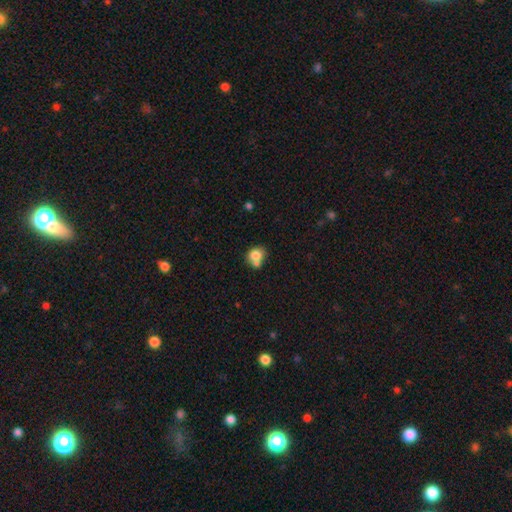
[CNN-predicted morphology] smooth 77%, featured or disk 13%, star or artifact 10%. Down the decision tree: how rounded — round (67%); merging — none (44%).